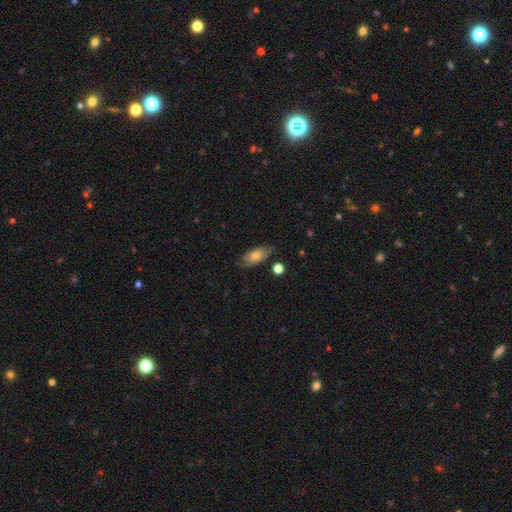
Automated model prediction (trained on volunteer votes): Smooth or featured?
  - smooth: 71% *
  - featured or disk: 21%
  - star or artifact: 8%
How rounded?
  - in between: 86% *
  - cigar-shaped: 10%
  - round: 5%
Merging?
  - none: 76% *
  - minor disturbance: 18%
  - major disturbance: 3%
  - merger: 3%